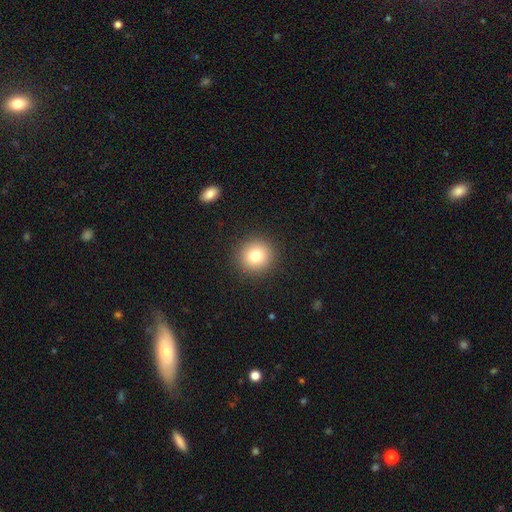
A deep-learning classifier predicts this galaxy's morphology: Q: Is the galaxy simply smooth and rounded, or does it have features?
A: smooth — 78%.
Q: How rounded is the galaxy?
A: round — 92%.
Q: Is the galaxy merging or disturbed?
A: none — 91%.